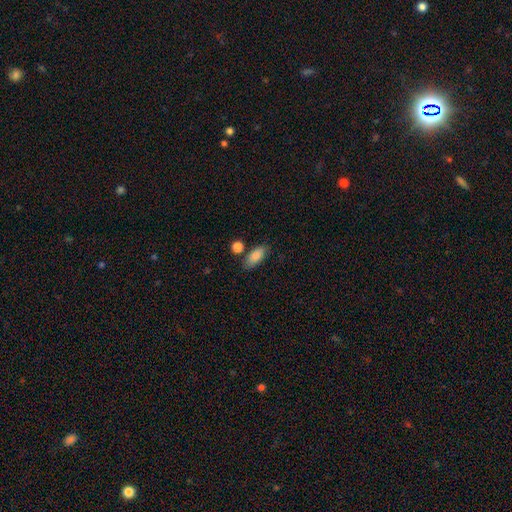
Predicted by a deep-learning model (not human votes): smooth_or_featured: smooth (p=0.85) [alt: featured or disk p=0.08]
how_rounded: in between (p=0.86) [alt: cigar-shaped p=0.10]
merging: none (p=0.76) [alt: minor disturbance p=0.13]